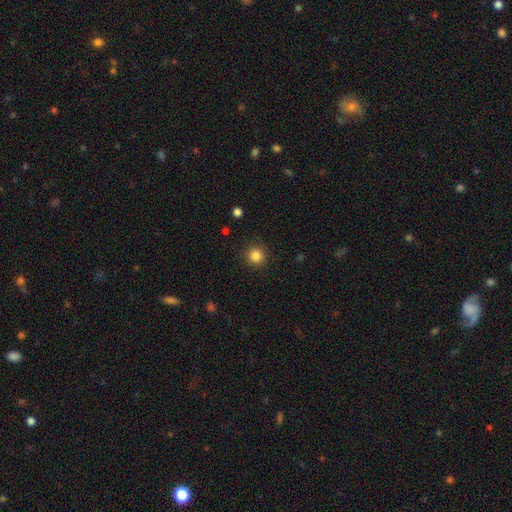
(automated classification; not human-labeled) Q: Smooth or featured?
A: smooth (85%); runner-up: star or artifact (11%)
Q: How rounded?
A: round (94%); runner-up: in between (5%)
Q: Merging?
A: none (90%); runner-up: minor disturbance (6%)